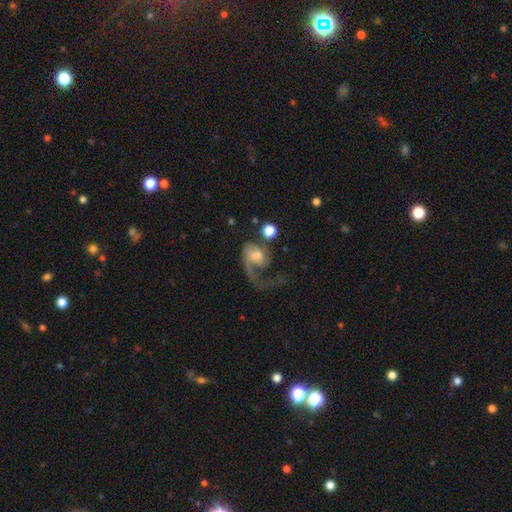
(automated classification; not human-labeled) Smooth or featured? featured or disk (61%)
Edge-on disk? no (98%)
Bar? no (68%)
Spiral arms? yes (85%)
Spiral winding? loose (60%)
Spiral arm count? 1 (78%)
Bulge size? moderate (30%)
Merging? major disturbance (55%)